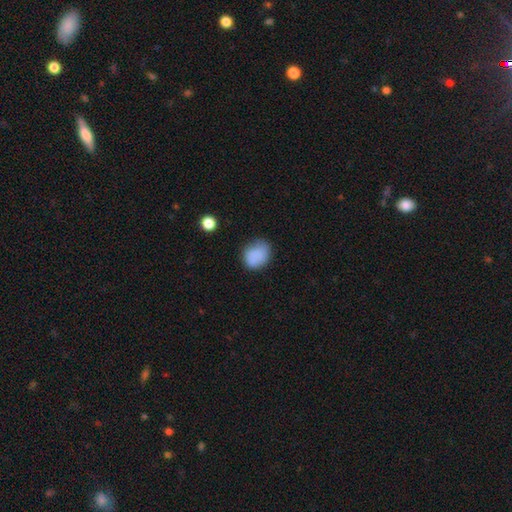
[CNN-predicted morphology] Smooth or featured? smooth (84%)
How rounded? round (52%)
Merging? none (66%)